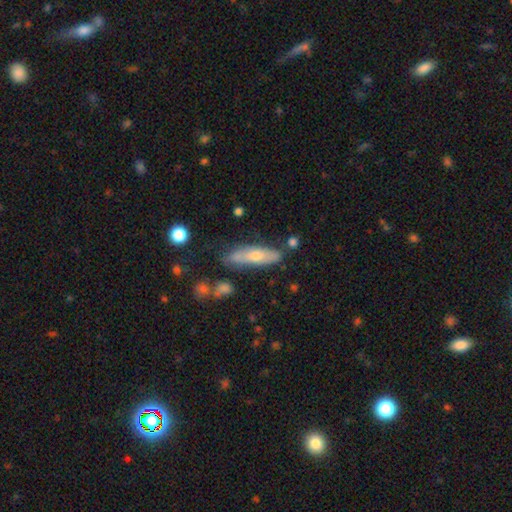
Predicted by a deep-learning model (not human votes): This appears to be a smooth galaxy with no disk features (53%) that is cigar-shaped (61%). Merging: none (70%).